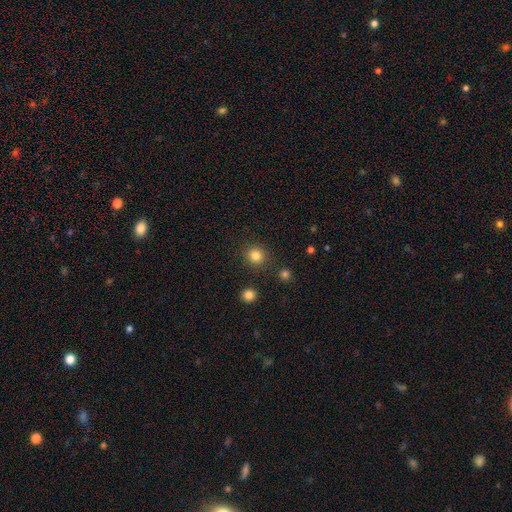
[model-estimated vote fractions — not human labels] This appears to be a smooth galaxy with no disk features (83%) that is round (91%). Merging: none (89%).